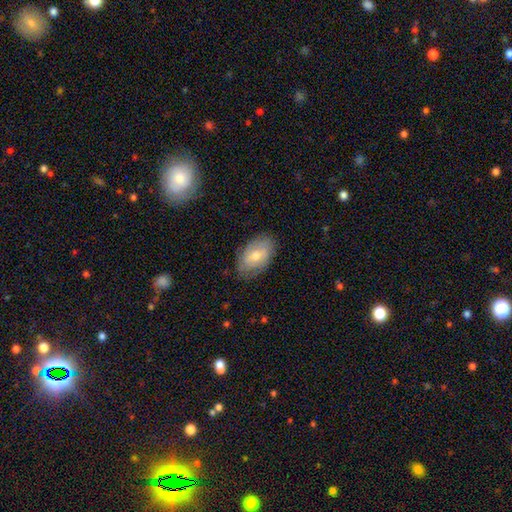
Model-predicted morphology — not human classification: A smooth galaxy with no disk features (63%) that is in between round and cigar-shaped (90%).

Vote fractions:
- Smooth or featured? smooth: 63% / featured or disk: 31% / star or artifact: 6%
- How rounded? in between: 90% / round: 8% / cigar-shaped: 1%
- Merging? none: 77% / minor disturbance: 17% / major disturbance: 4% / merger: 1%